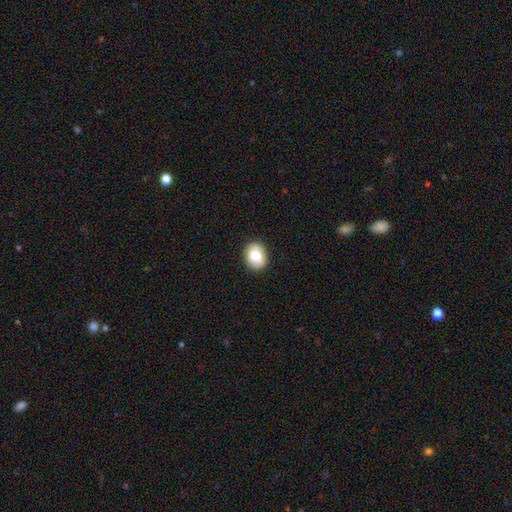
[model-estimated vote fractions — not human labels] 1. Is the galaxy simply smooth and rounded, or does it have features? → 80% smooth, 12% featured or disk, 8% star or artifact.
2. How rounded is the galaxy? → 52% in between, 47% round, 1% cigar-shaped.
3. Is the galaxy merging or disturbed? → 90% none, 7% minor disturbance, 2% major disturbance, 1% merger.